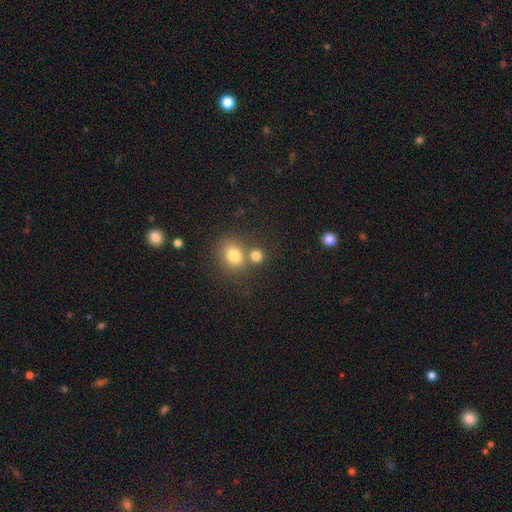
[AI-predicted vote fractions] This is likely a smooth galaxy (78%). How rounded: likely round (76%). Merging: possibly none (55%).